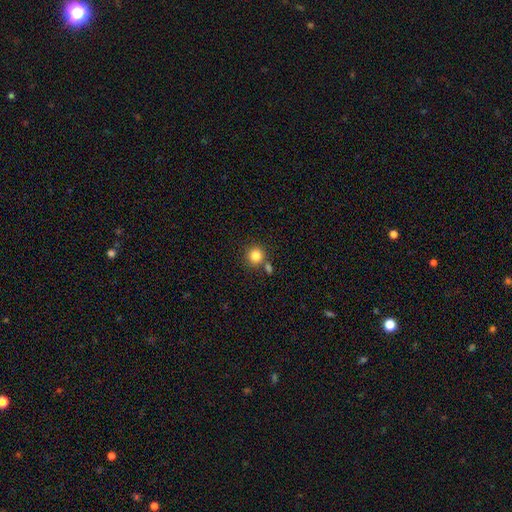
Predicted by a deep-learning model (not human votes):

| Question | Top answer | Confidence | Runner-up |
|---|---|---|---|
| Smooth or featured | smooth | 83% | star or artifact (11%) |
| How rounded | round | 92% | in between (7%) |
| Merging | none | 75% | merger (14%) |